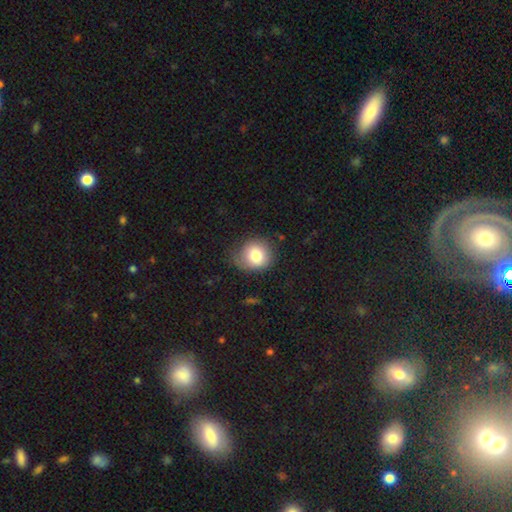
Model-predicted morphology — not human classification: Smooth or featured? smooth (79%)
How rounded? round (81%)
Merging? none (68%)